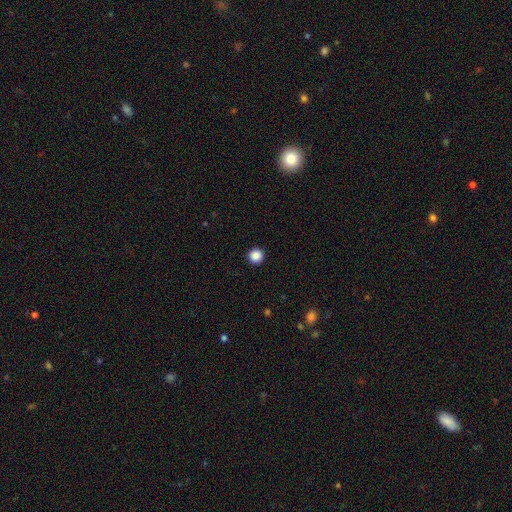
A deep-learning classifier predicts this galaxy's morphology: smooth 88%, star or artifact 10%, featured or disk 2%. Down the decision tree: how rounded — round (96%); merging — none (93%).